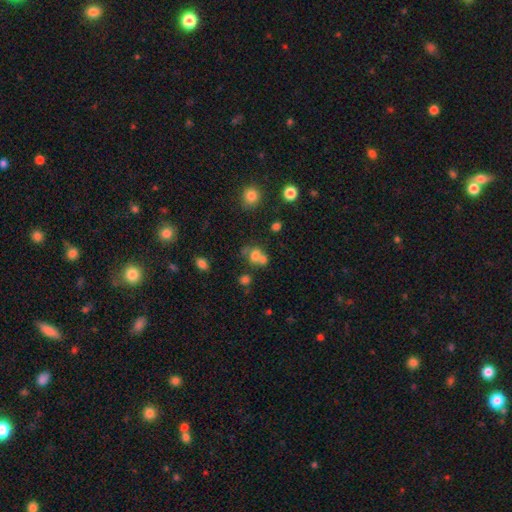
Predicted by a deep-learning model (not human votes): Smooth or featured: smooth — 68% (featured or disk — 16%)
How rounded: round — 66% (in between — 33%)
Merging: merger — 49% (none — 36%)